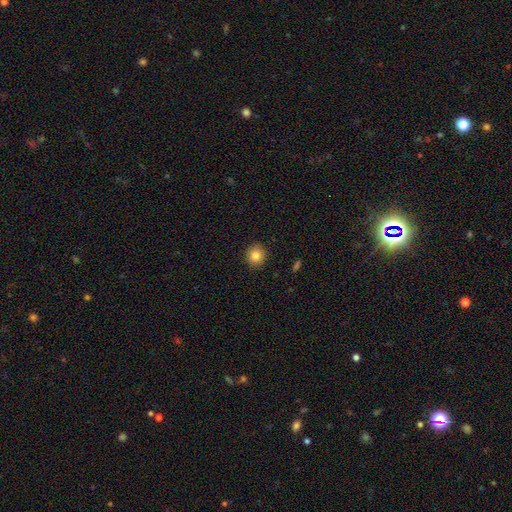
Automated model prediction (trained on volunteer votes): Smooth or featured? Predicted: smooth (p=0.82). How rounded? Predicted: round (p=0.90). Merging? Predicted: none (p=0.91).